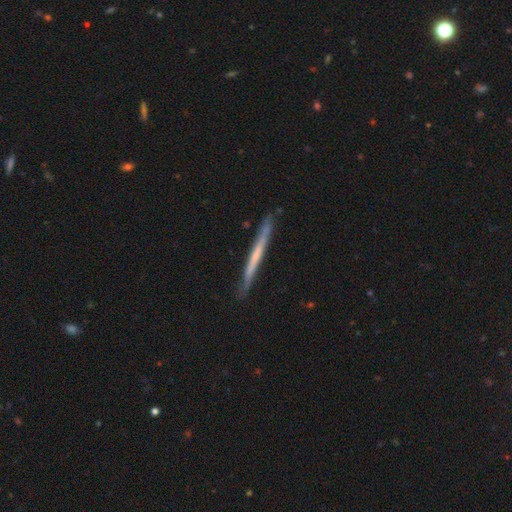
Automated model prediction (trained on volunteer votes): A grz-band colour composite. It shows a featured or disk galaxy (61%) viewed edge-on (97%) with no central bulge (65%). Merging: none (89%).